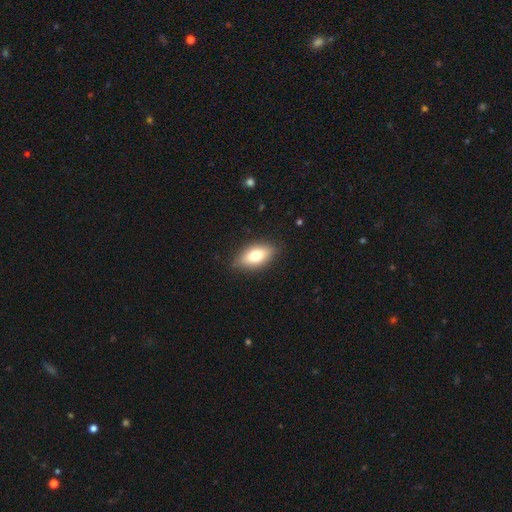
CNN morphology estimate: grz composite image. It shows a smooth galaxy with no disk features (73%) that is in between round and cigar-shaped (87%). Merging: none (83%).